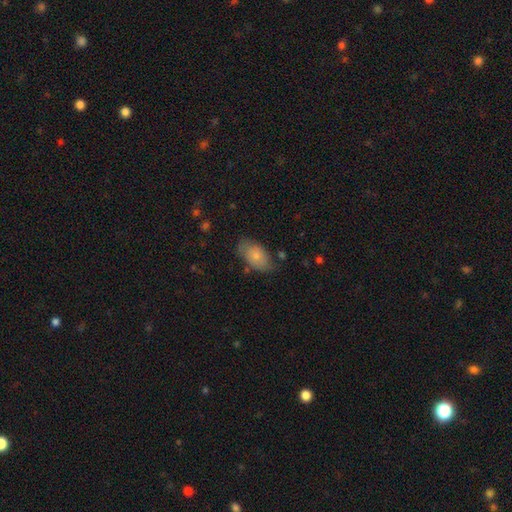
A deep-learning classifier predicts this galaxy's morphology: Overall: smooth (76%). How rounded: in between (92%). Merging: none (64%; minor disturbance 26%).